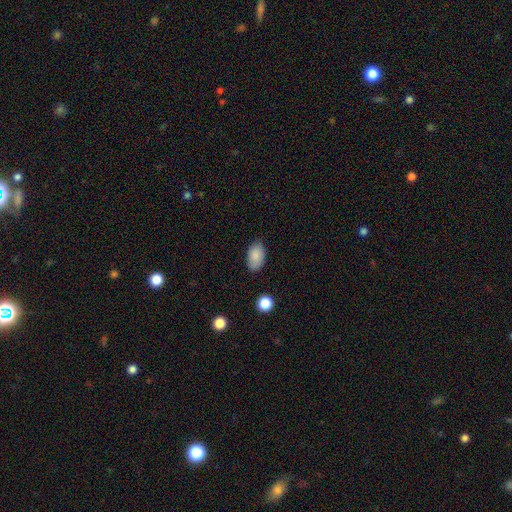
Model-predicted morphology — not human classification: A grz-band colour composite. It shows a smooth galaxy with no disk features (87%) that is in between round and cigar-shaped (91%). Merging: none (79%).